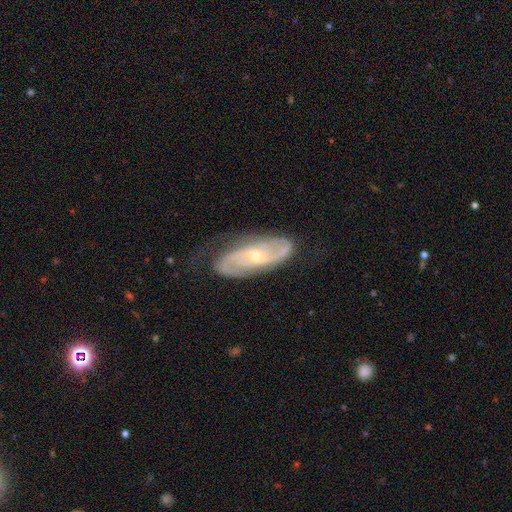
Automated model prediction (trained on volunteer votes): Smooth or featured?
  - featured or disk: 85% *
  - smooth: 10%
  - star or artifact: 6%
Edge-on disk?
  - no: 93% *
  - yes: 7%
Bar?
  - no: 52% *
  - weak: 36%
  - strong: 13%
Spiral arms?
  - yes: 95% *
  - no: 5%
Spiral winding?
  - medium: 45% *
  - tight: 35%
  - loose: 20%
Spiral arm count?
  - 2: 70% *
  - can't tell: 15%
  - 3: 7%
  - 1: 3%
  - 4: 3%
  - more than 4: 2%
Bulge size?
  - small: 67% *
  - moderate: 30%
  - none: 1%
  - large: 1%
  - dominant: 1%
Merging?
  - none: 68% *
  - minor disturbance: 22%
  - major disturbance: 9%
  - merger: 1%